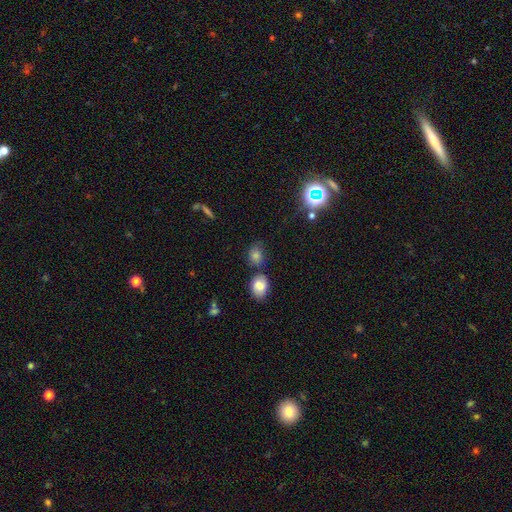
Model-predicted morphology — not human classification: Overall: smooth (71%). How rounded: round (54%; in between 44%). Merging: none (62%).